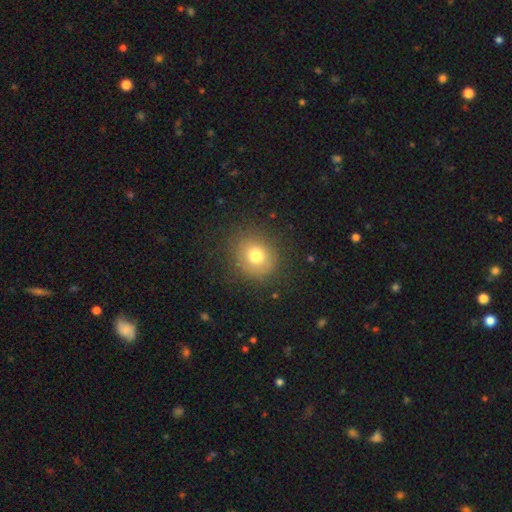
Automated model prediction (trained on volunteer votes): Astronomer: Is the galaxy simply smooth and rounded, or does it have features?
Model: smooth — 74%.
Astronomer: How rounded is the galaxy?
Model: round — 83%.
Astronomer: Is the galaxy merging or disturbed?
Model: none — 84%.